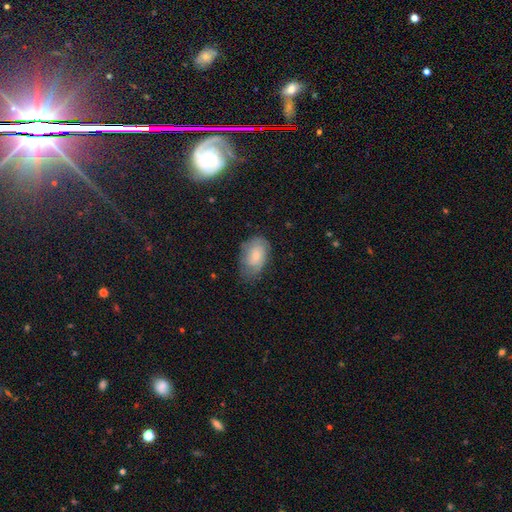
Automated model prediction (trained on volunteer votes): This is possibly a smooth galaxy (49%). Merging: likely none (64%).